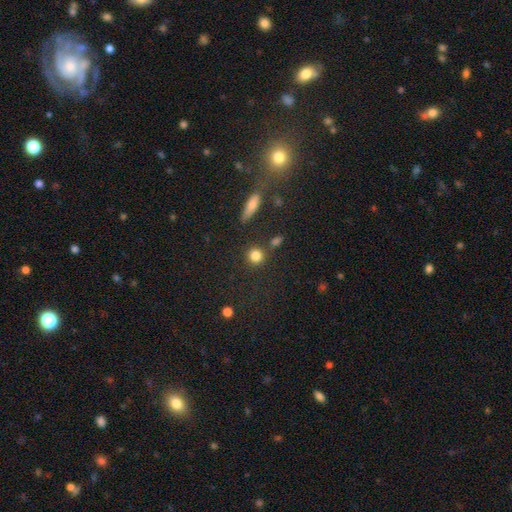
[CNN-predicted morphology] smooth 83%, star or artifact 11%, featured or disk 6%. Down the decision tree: how rounded — round (88%); merging — none (81%).